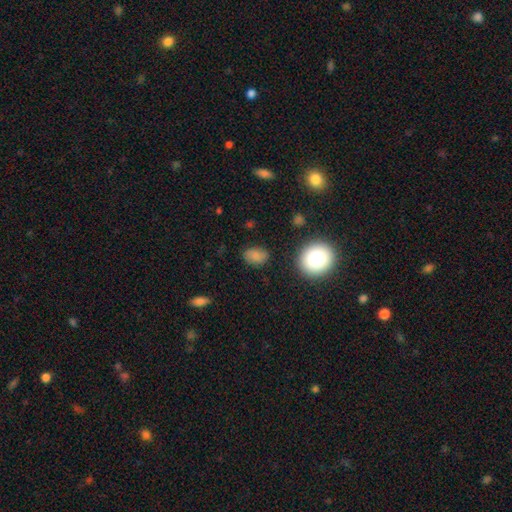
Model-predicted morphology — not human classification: The model was most divided on "how rounded": in between: 78%, round: 20%, cigar-shaped: 2%. More confident: smooth or featured — smooth (81%); merging — none (78%).